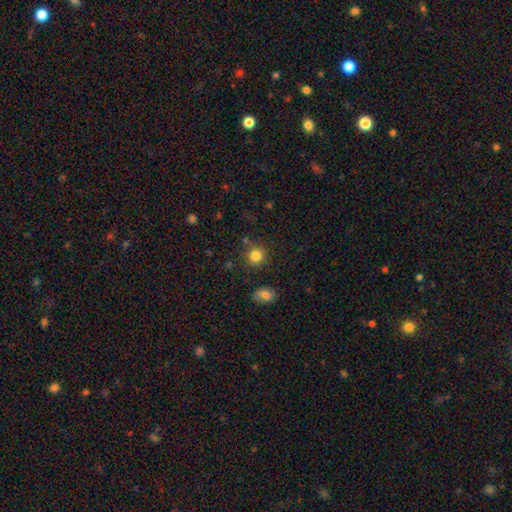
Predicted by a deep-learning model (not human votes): This is clearly a smooth galaxy (83%). How rounded: clearly round (88%). Merging: clearly none (81%).